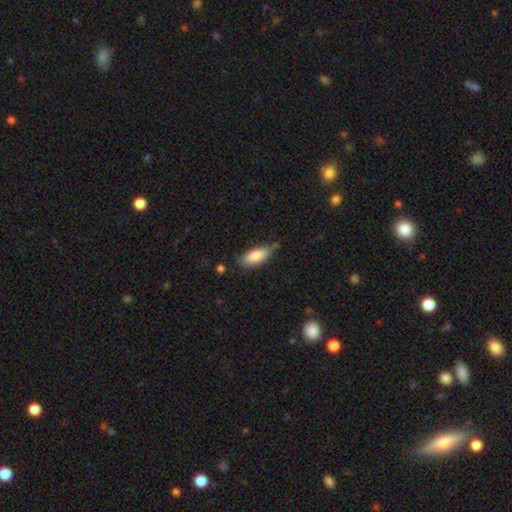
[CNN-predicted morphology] A smooth galaxy with no disk features (82%) that is in between round and cigar-shaped (82%).

Vote fractions:
- Smooth or featured? smooth: 82% / featured or disk: 12% / star or artifact: 6%
- How rounded? in between: 82% / cigar-shaped: 16% / round: 2%
- Merging? none: 69% / minor disturbance: 24% / major disturbance: 4% / merger: 3%